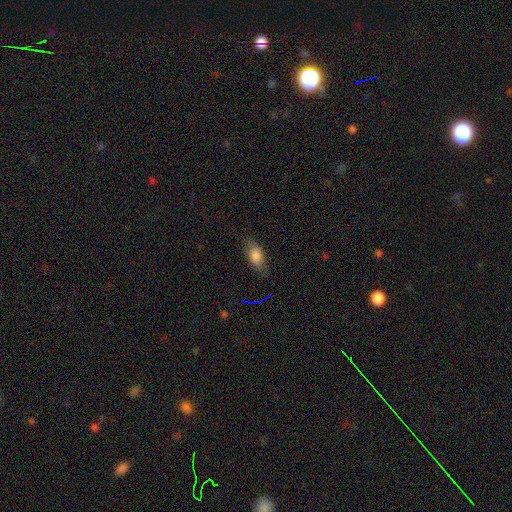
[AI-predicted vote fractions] Morphology: type=smooth (75%); roundness=in between (83%); merging=none (73%).